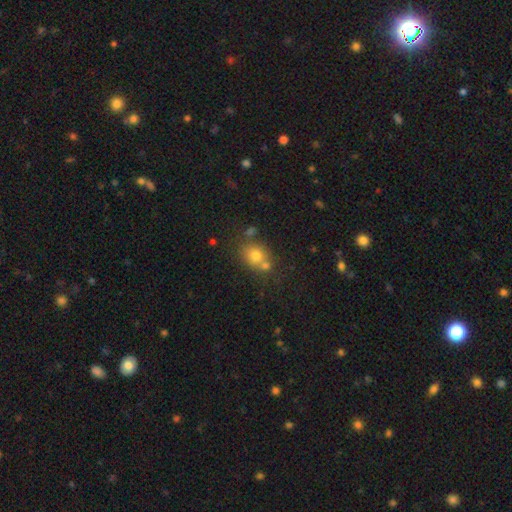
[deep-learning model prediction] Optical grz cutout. It shows a smooth galaxy with no disk features (73%) that is round (65%). Merging: none (54%).